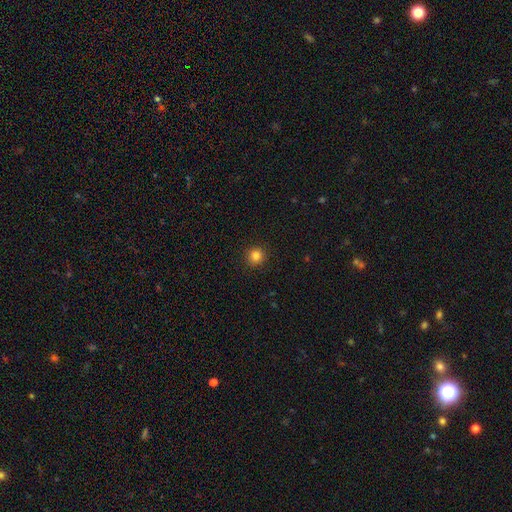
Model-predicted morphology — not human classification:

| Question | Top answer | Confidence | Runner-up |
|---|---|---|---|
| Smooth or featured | smooth | 84% | star or artifact (12%) |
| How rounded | round | 94% | in between (5%) |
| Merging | none | 92% | minor disturbance (5%) |